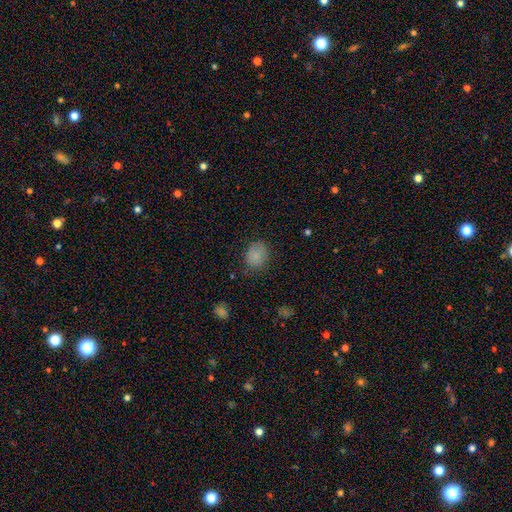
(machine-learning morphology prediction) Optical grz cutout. It shows a smooth galaxy with no disk features (83%) that is round (58%). Merging: none (76%).